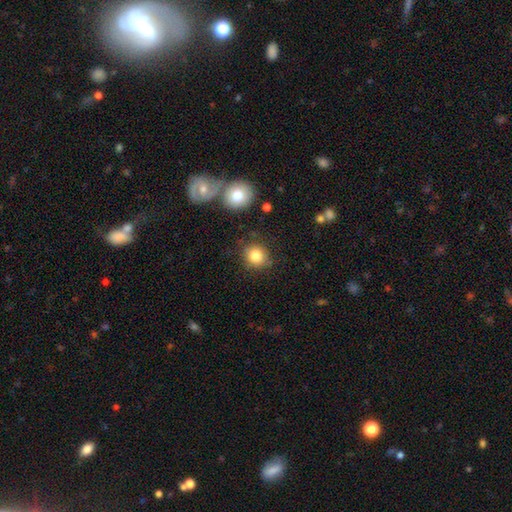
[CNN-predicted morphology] The model was most divided on "how rounded": round: 84%, in between: 15%, cigar-shaped: 1%. More confident: smooth or featured — smooth (83%); merging — none (83%).